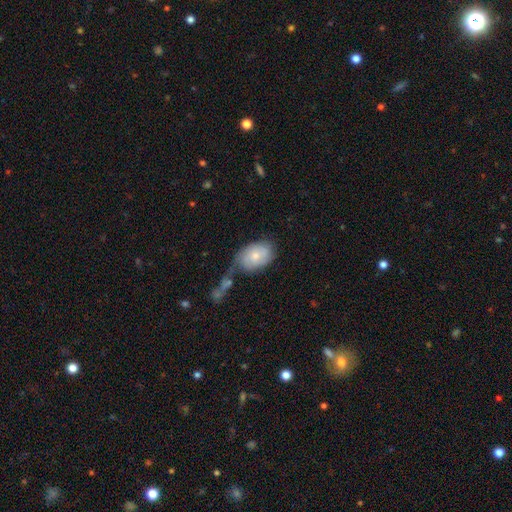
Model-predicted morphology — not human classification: type=smooth (67%); roundness=in between (86%); merging=none (47%).